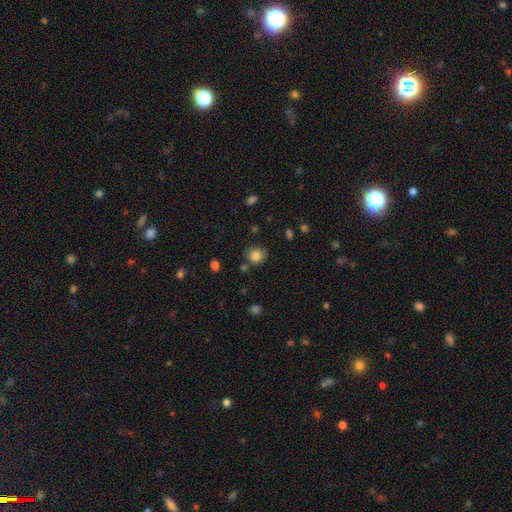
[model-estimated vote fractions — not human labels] A smooth galaxy with no disk features (84%) that is round (85%).

Vote fractions:
- Smooth or featured? smooth: 84% / star or artifact: 11% / featured or disk: 5%
- How rounded? round: 85% / in between: 14% / cigar-shaped: 1%
- Merging? none: 78% / minor disturbance: 13% / merger: 5% / major disturbance: 4%